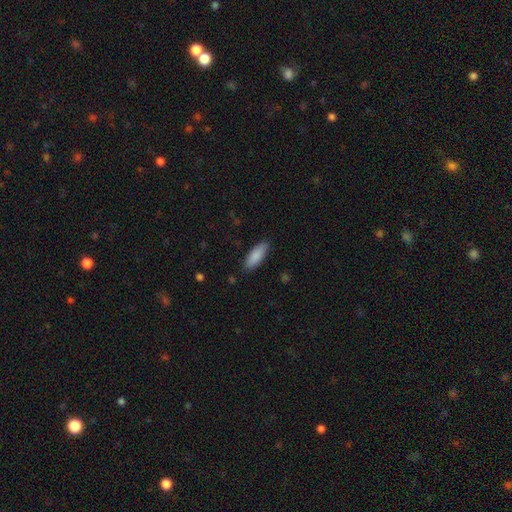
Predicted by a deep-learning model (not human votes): A smooth galaxy with no disk features (87%) that is in between round and cigar-shaped (66%).

Vote fractions:
- Smooth or featured? smooth: 87% / featured or disk: 7% / star or artifact: 6%
- How rounded? in between: 66% / cigar-shaped: 32% / round: 2%
- Merging? none: 85% / minor disturbance: 12% / major disturbance: 2% / merger: 1%